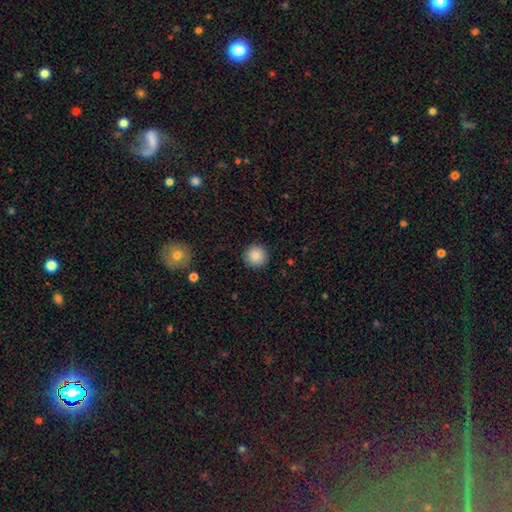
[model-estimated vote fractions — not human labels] Q: Smooth or featured?
A: smooth (88%); runner-up: star or artifact (9%)
Q: How rounded?
A: round (95%); runner-up: in between (4%)
Q: Merging?
A: none (92%); runner-up: minor disturbance (5%)